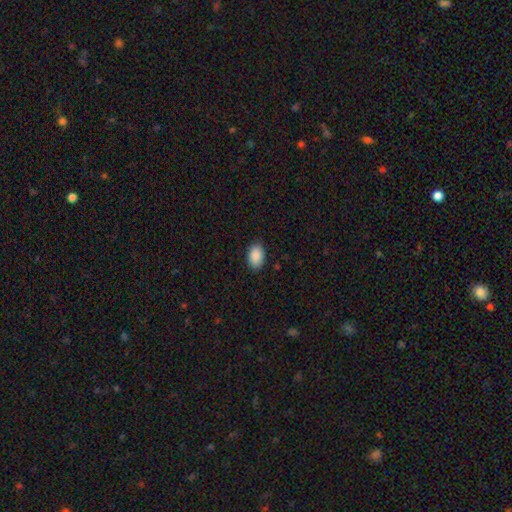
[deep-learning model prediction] smooth_or_featured: smooth (p=0.90) [alt: star or artifact p=0.07]
how_rounded: in between (p=0.90) [alt: round p=0.09]
merging: none (p=0.84) [alt: minor disturbance p=0.12]